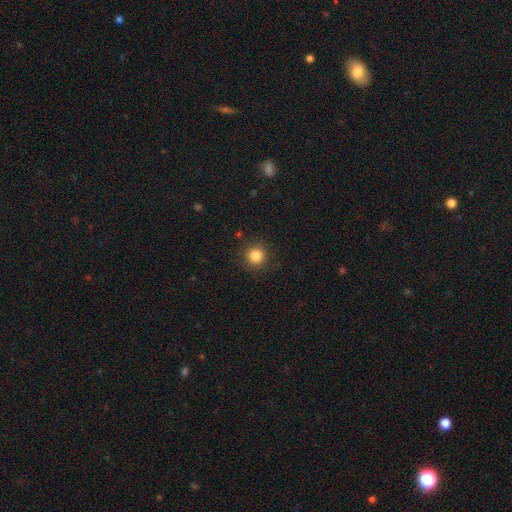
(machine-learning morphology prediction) type=smooth (84%); roundness=round (94%); merging=none (90%).